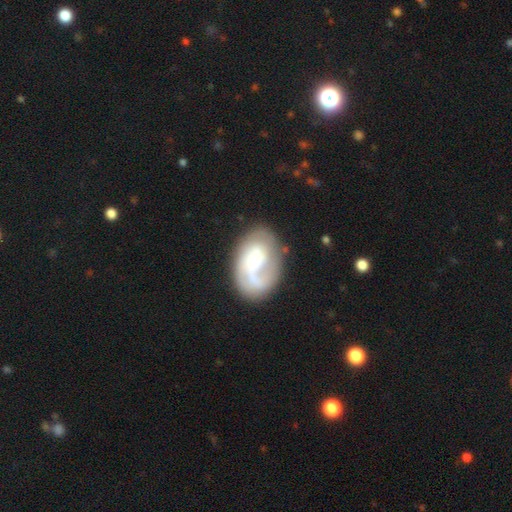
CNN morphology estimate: Smooth or featured? featured or disk (65%)
Edge-on disk? no (97%)
Bar? no (61%)
Spiral arms? yes (82%)
Spiral winding? medium (38%)
Spiral arm count? 1 (59%)
Bulge size? moderate (34%)
Merging? none (53%)